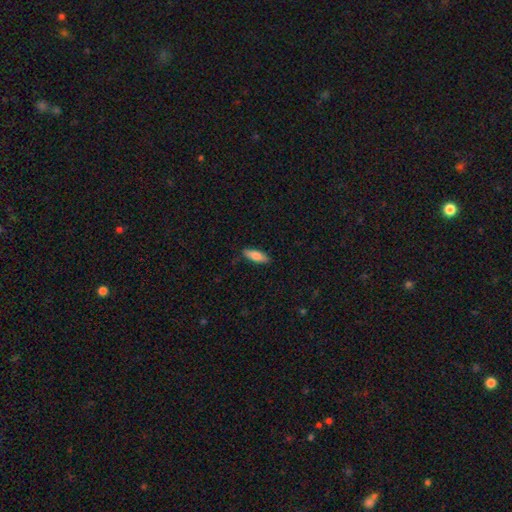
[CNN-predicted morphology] This is likely a smooth galaxy (80%). How rounded: possibly in between (59%). Merging: clearly none (86%).